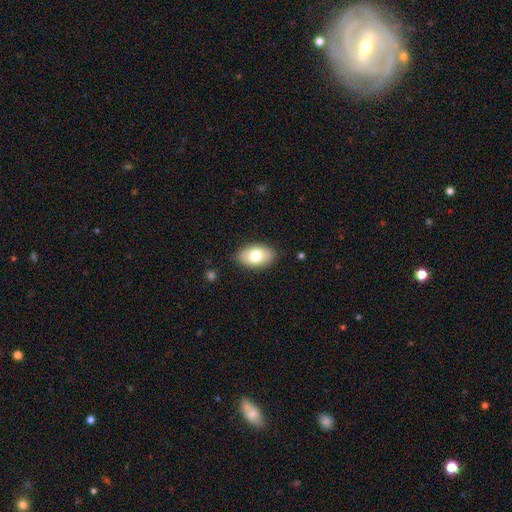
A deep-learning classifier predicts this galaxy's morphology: Smooth or featured: smooth — 77% (featured or disk — 16%)
How rounded: in between — 92% (round — 6%)
Merging: none — 85% (minor disturbance — 11%)